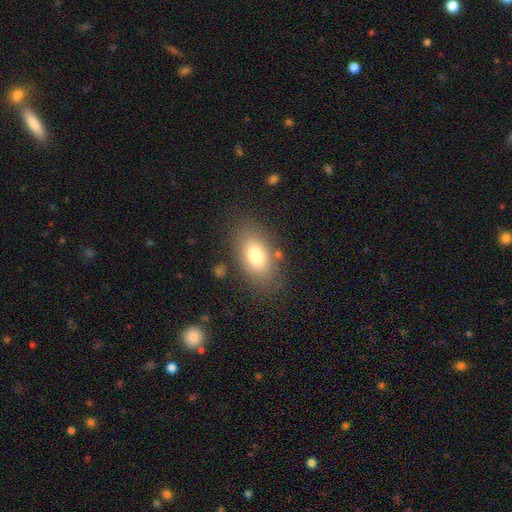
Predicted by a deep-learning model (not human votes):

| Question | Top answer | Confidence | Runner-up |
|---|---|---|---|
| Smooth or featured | smooth | 76% | featured or disk (15%) |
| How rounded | in between | 89% | round (9%) |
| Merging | none | 78% | minor disturbance (13%) |